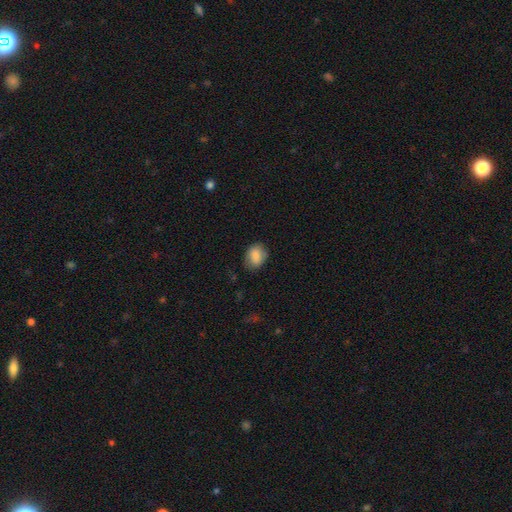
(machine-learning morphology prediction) smooth 87%, star or artifact 8%, featured or disk 6%. Down the decision tree: how rounded — in between (64%); merging — none (76%).